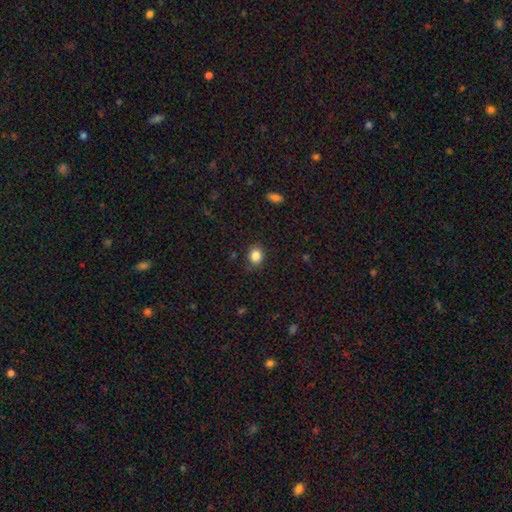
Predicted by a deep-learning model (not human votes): Overall: smooth (85%). How rounded: round (67%; in between 32%). Merging: none (84%).